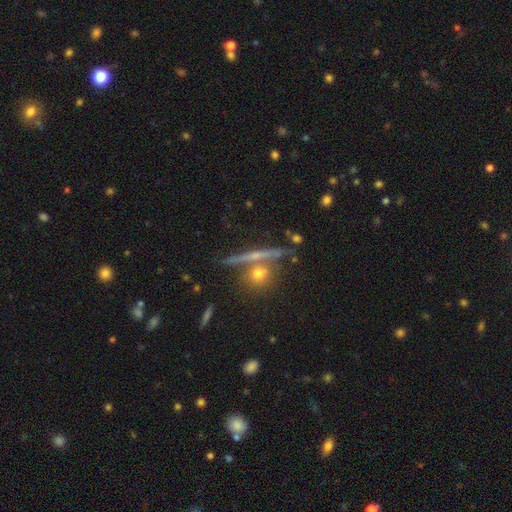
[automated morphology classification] featured or disk 62%, smooth 27%, star or artifact 11%. Down the decision tree: edge-on disk — yes (92%); edge-on bulge — none (50%); merging — none (74%).